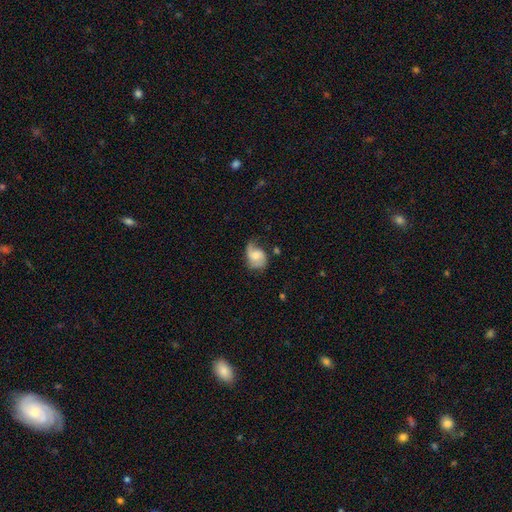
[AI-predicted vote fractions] smooth-or-featured: featured or disk: 59% | smooth: 34% | star or artifact: 7%
  disk-edge-on: no: 97% | yes: 3%
    bar: no: 61% | weak: 33% | strong: 6%
    has-spiral-arms: yes: 89% | no: 11%
      spiral-winding: loose: 41% | medium: 40% | tight: 19%
      spiral-arm-count: 2: 64% | 1: 24% | can't tell: 8% | 3: 2% | 4: 1% | more than 4: 1%
    bulge-size: moderate: 47% | small: 28% | large: 12% | none: 11% | dominant: 2%
  merging: none: 44% | minor disturbance: 33% | major disturbance: 20% | merger: 3%